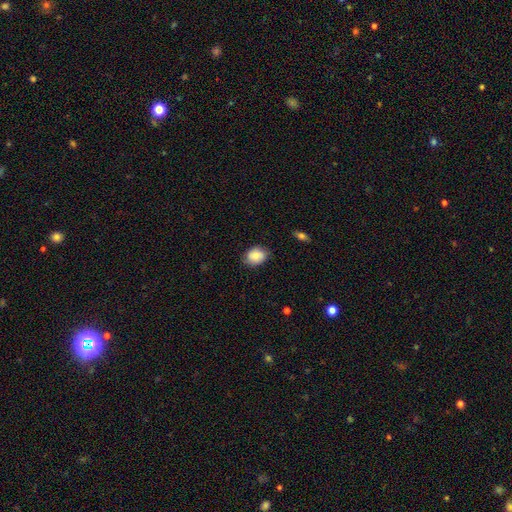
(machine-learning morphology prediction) A smooth galaxy with no disk features (82%) that is in between round and cigar-shaped (61%). Merging: none (79%).